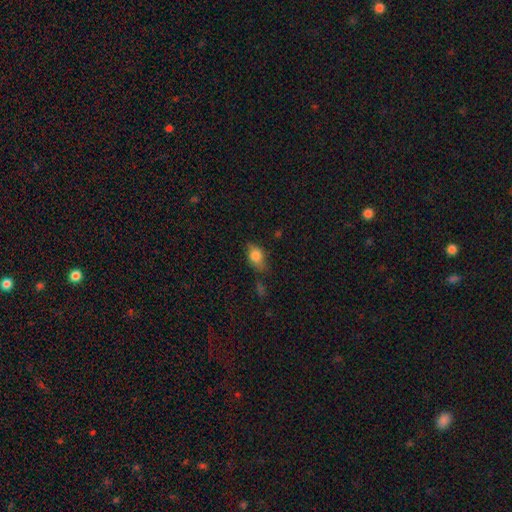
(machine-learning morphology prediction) A smooth galaxy with no disk features (80%) that is in between round and cigar-shaped (79%). Merging: none (59%).